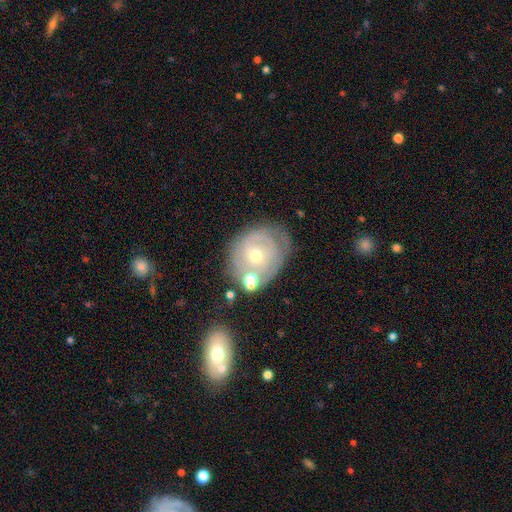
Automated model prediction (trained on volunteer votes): Overall: featured or disk (67%). Edge-on disk: no (96%). Bar: no (72%). Spiral arms: yes (68%; no 32%). Bulge size: small (48%, tied with moderate). Merging: none (54%; minor disturbance 23%).